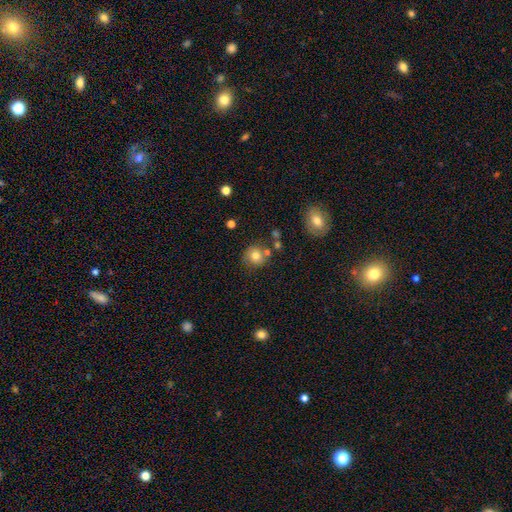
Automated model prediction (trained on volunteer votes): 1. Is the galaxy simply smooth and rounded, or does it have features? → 74% smooth, 14% featured or disk, 12% star or artifact.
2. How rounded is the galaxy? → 87% round, 12% in between, 1% cigar-shaped.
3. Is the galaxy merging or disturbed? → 68% none, 16% minor disturbance, 10% merger, 6% major disturbance.